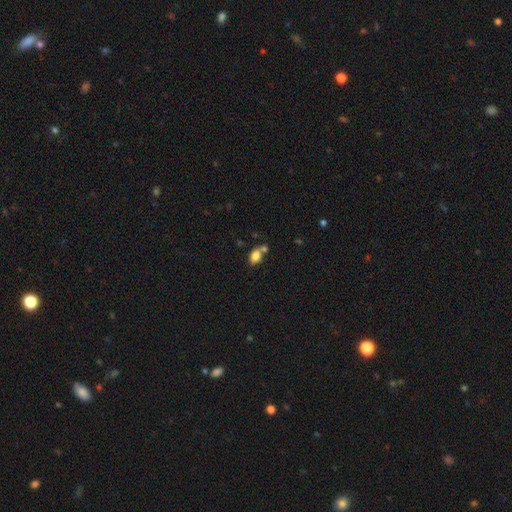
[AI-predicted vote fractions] This is clearly a smooth galaxy (82%). How rounded: clearly in between (82%). Merging: possibly none (52%).